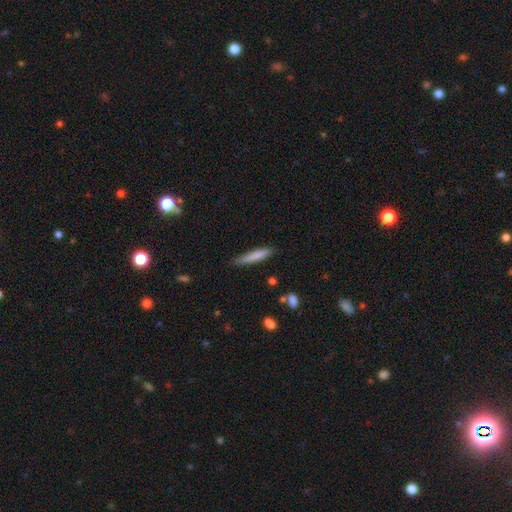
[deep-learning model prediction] The model was most divided on "merging": none: 76%, minor disturbance: 19%, major disturbance: 3%, merger: 2%. More confident: how rounded — cigar-shaped (91%); smooth or featured — smooth (78%).